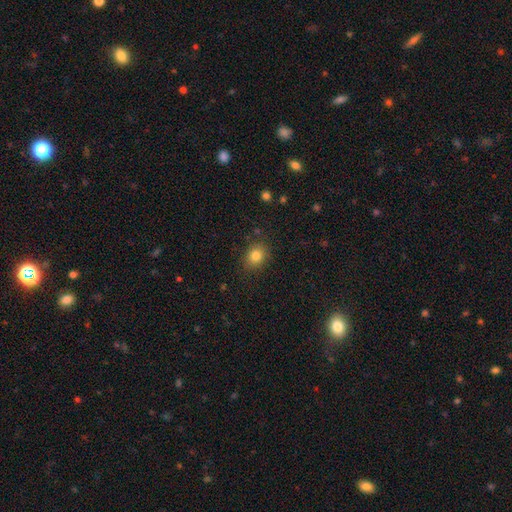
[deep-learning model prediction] The model was most divided on "how rounded": round: 59%, in between: 40%, cigar-shaped: 1%. More confident: merging — none (85%); smooth or featured — smooth (82%).